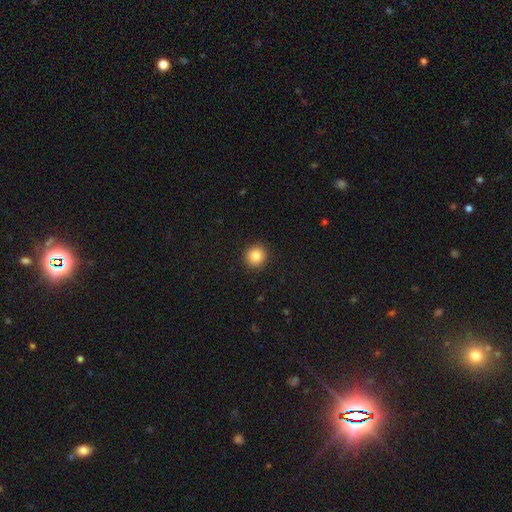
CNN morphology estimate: Smooth or featured? Predicted: smooth (p=0.84). How rounded? Predicted: round (p=0.92). Merging? Predicted: none (p=0.92).